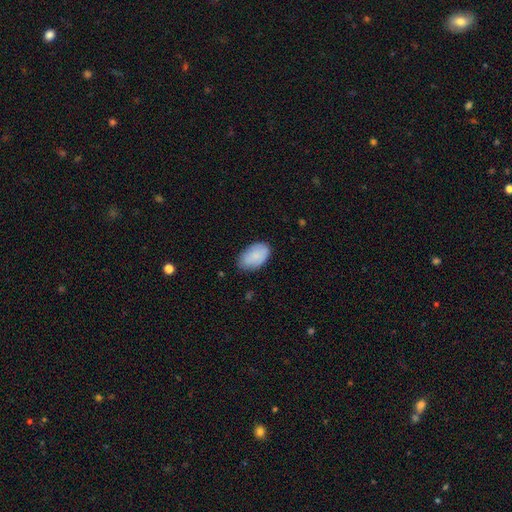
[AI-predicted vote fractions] Smooth or featured: smooth — 85% (featured or disk — 9%)
How rounded: in between — 93% (round — 6%)
Merging: none — 76% (minor disturbance — 20%)